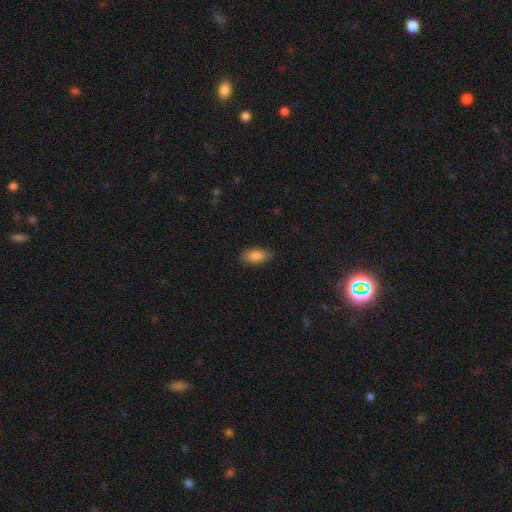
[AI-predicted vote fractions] A smooth galaxy with no disk features (85%) that is in between round and cigar-shaped (91%).

Vote fractions:
- Smooth or featured? smooth: 85% / featured or disk: 8% / star or artifact: 7%
- How rounded? in between: 91% / cigar-shaped: 6% / round: 3%
- Merging? none: 86% / minor disturbance: 10% / major disturbance: 2% / merger: 1%